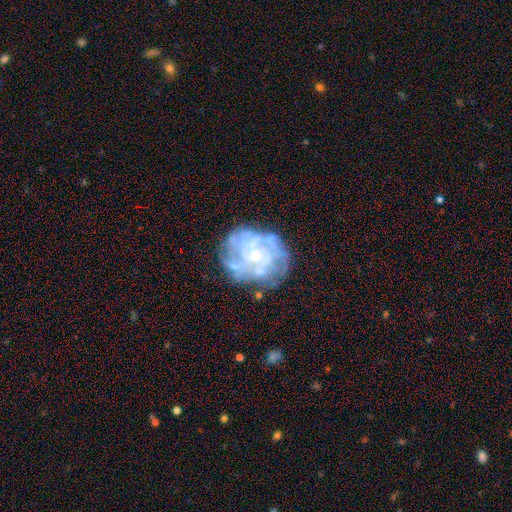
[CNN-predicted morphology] smooth-or-featured: featured or disk: 76% | smooth: 15% | star or artifact: 9%
  disk-edge-on: no: 98% | yes: 2%
    bar: no: 81% | weak: 15% | strong: 4%
    has-spiral-arms: yes: 54% | no: 46%
    bulge-size: small: 64% | moderate: 27% | none: 6% | large: 2% | dominant: 1%
  merging: none: 63% | minor disturbance: 19% | major disturbance: 13% | merger: 6%